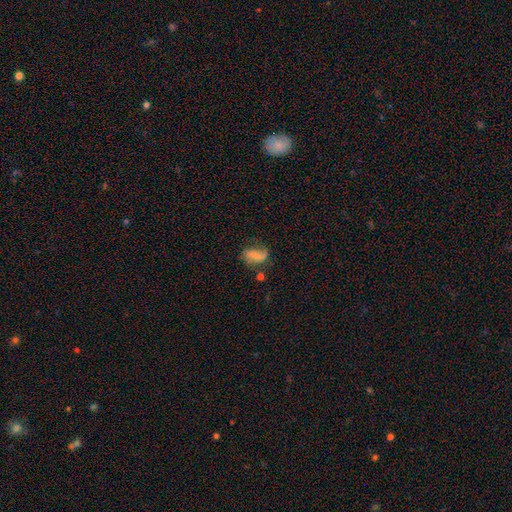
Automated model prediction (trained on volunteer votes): Smooth or featured? Predicted: smooth (p=0.53). How rounded? Predicted: in between (p=0.83). Merging? Predicted: none (p=0.43).